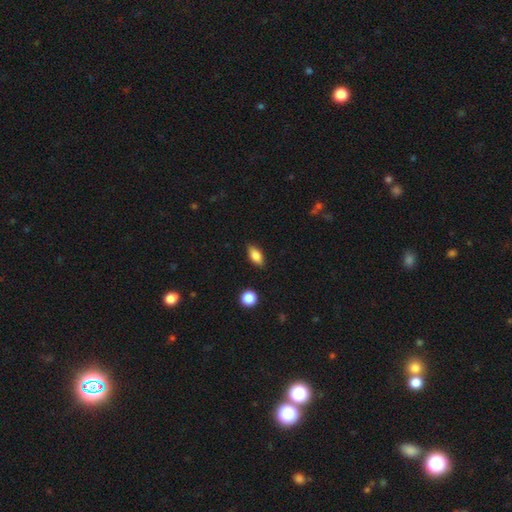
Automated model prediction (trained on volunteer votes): Smooth or featured? smooth (81%)
How rounded? in between (86%)
Merging? none (86%)